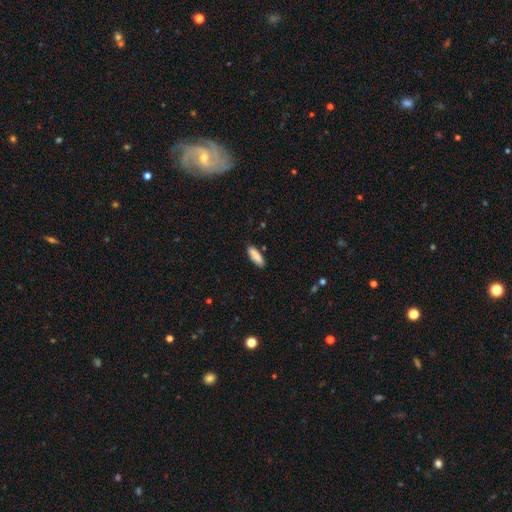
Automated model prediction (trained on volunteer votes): Smooth or featured? smooth (88%)
How rounded? cigar-shaped (57%)
Merging? none (86%)